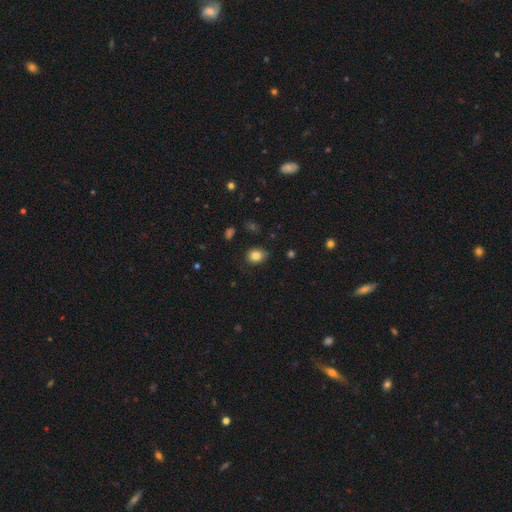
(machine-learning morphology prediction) Smooth or featured? smooth (83%)
How rounded? in between (55%)
Merging? none (78%)